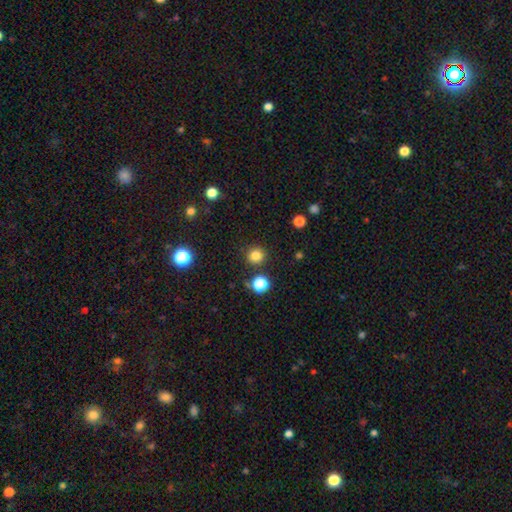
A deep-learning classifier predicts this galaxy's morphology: smooth_or_featured: smooth (p=0.81) [alt: star or artifact p=0.14]
how_rounded: round (p=0.93) [alt: in between p=0.06]
merging: none (p=0.88) [alt: minor disturbance p=0.06]